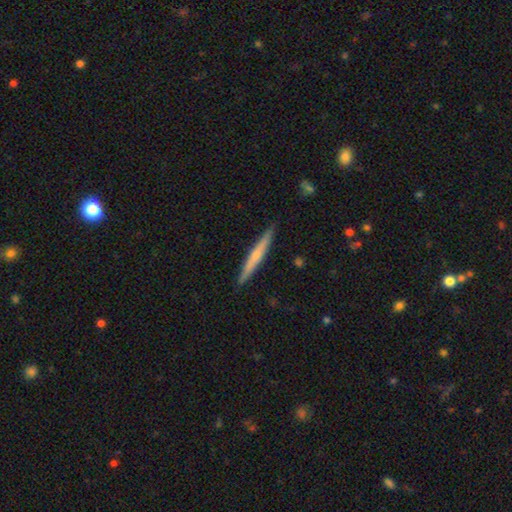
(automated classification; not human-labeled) smooth_or_featured: smooth (p=0.50) [alt: featured or disk p=0.45]
merging: none (p=0.90) [alt: minor disturbance p=0.08]